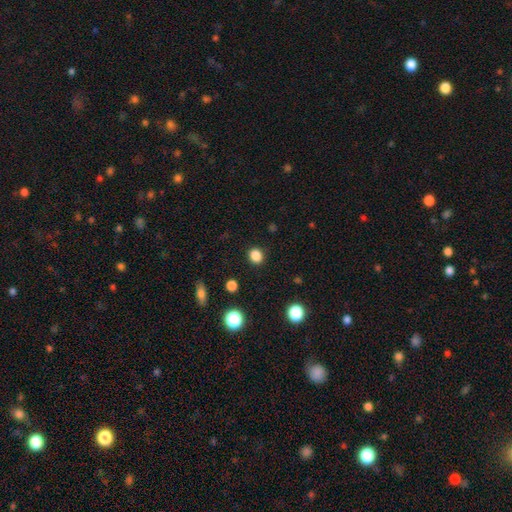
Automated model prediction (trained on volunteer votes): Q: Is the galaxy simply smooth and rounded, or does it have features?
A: smooth — 85%.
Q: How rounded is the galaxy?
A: round — 70%.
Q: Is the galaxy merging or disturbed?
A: none — 89%.